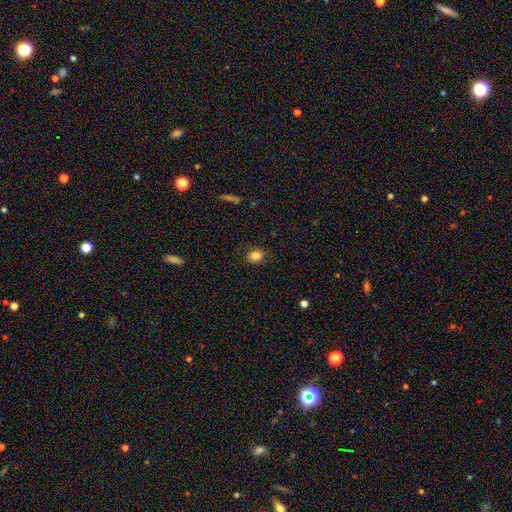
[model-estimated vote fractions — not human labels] Overall: smooth (83%). How rounded: round (54%; in between 45%). Merging: none (86%).